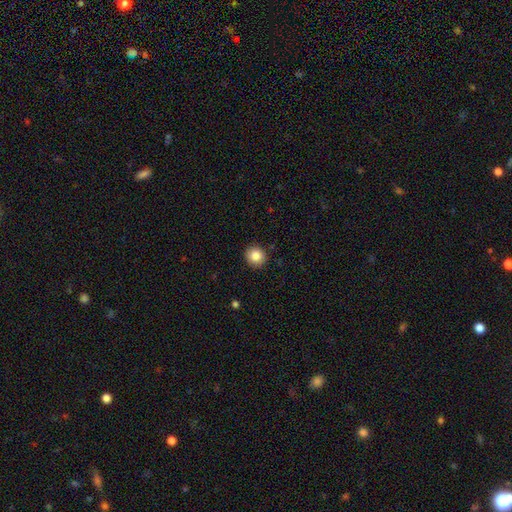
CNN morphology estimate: type=smooth (85%); roundness=round (90%); merging=none (91%).